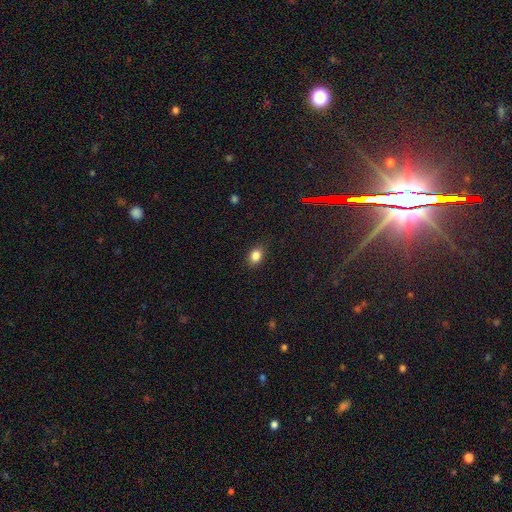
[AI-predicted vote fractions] A smooth galaxy with no disk features (84%) that is in between round and cigar-shaped (65%). Merging: none (86%).